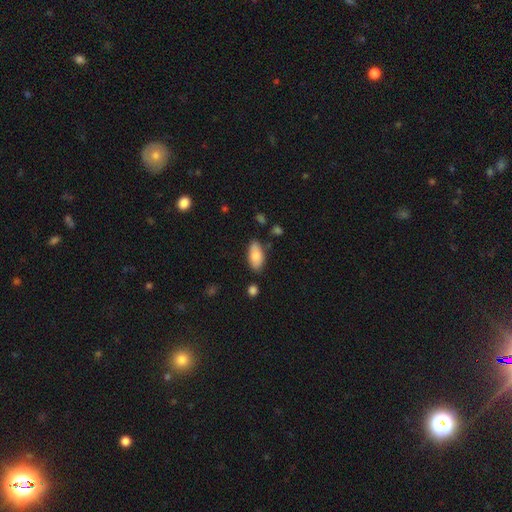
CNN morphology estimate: The model was most divided on "smooth or featured": smooth: 80%, featured or disk: 14%, star or artifact: 6%. More confident: how rounded — in between (92%); merging — none (80%).